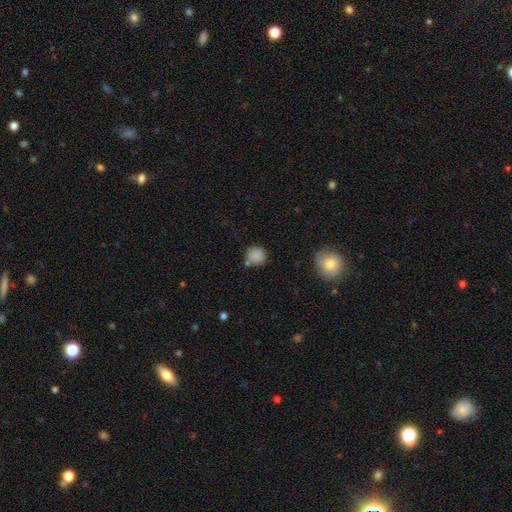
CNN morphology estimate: type=smooth (86%); roundness=round (88%); merging=none (72%).